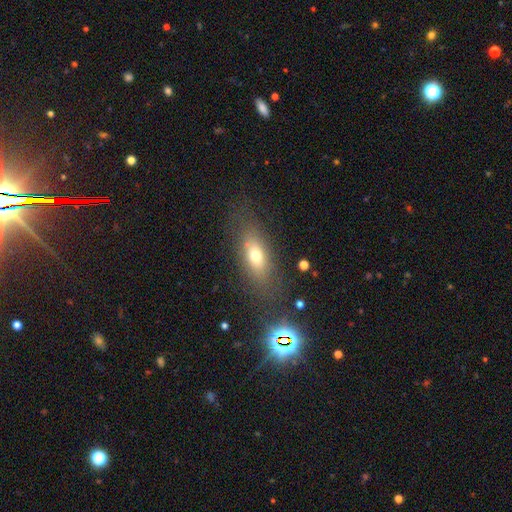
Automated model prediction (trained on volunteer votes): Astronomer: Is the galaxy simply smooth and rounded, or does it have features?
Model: smooth — 65%.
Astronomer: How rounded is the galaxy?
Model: in between — 72%.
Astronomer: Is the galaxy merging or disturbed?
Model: none — 74%.